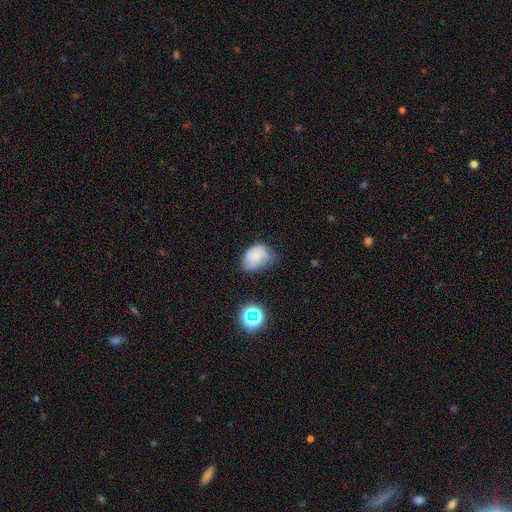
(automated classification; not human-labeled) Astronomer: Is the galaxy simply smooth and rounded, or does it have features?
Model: smooth — 71%.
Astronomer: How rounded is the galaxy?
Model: in between — 73%.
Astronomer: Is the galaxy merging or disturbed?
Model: minor disturbance — 42% (runner-up: none, 40%).